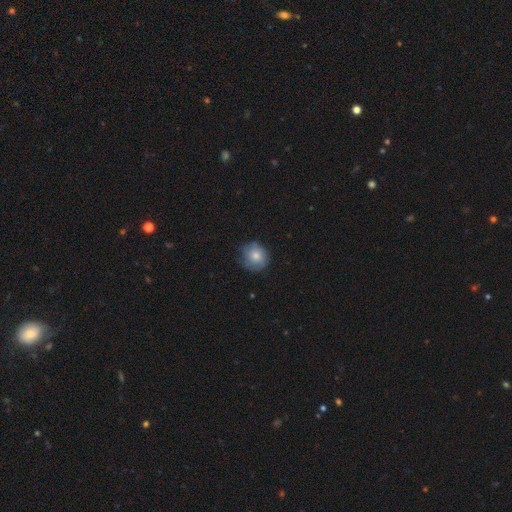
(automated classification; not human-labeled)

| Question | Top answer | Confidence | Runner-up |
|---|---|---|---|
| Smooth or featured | smooth | 76% | featured or disk (16%) |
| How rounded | round | 90% | in between (9%) |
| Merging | none | 74% | minor disturbance (20%) |